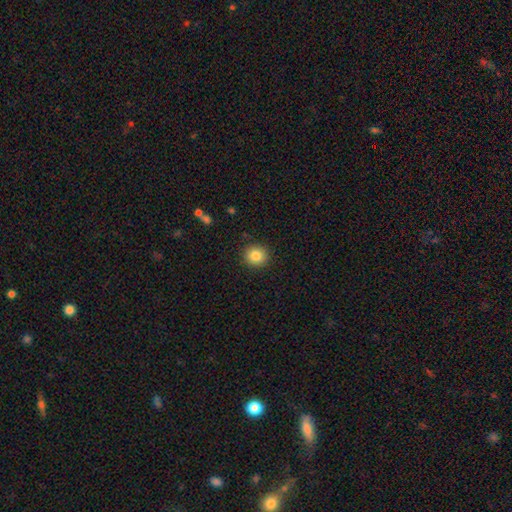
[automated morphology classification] This is clearly a smooth galaxy (84%). How rounded: clearly round (86%). Merging: clearly none (90%).